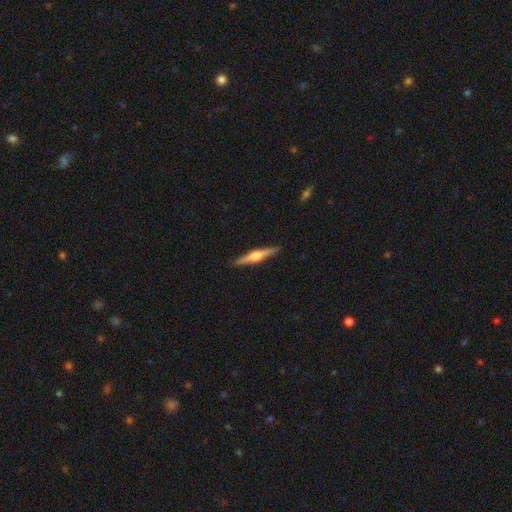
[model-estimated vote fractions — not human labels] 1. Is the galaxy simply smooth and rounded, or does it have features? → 70% featured or disk, 24% smooth, 6% star or artifact.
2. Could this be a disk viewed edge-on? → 98% yes, 2% no.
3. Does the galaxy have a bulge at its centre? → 89% rounded, 8% boxy, 3% none.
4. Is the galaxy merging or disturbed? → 91% none, 6% minor disturbance, 1% major disturbance, 1% merger.